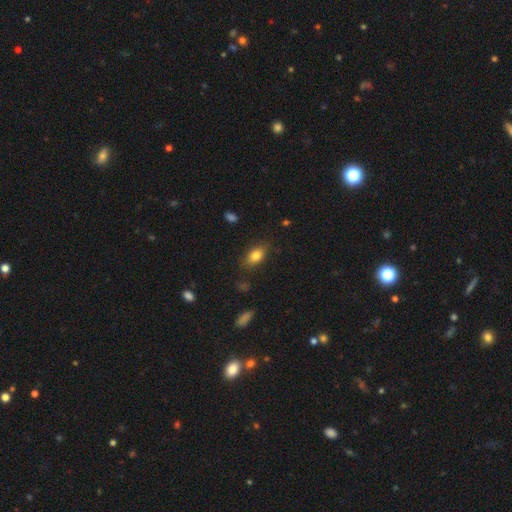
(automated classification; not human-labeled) Q: Smooth or featured?
A: smooth (82%); runner-up: featured or disk (10%)
Q: How rounded?
A: in between (85%); runner-up: round (11%)
Q: Merging?
A: none (81%); runner-up: minor disturbance (14%)